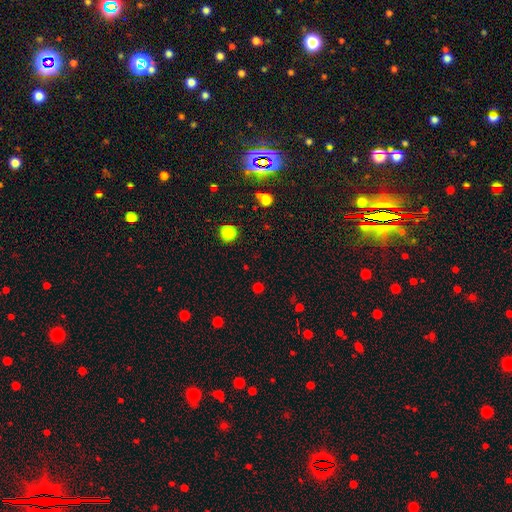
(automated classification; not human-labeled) Smooth or featured: star or artifact — 47% (smooth — 46%)